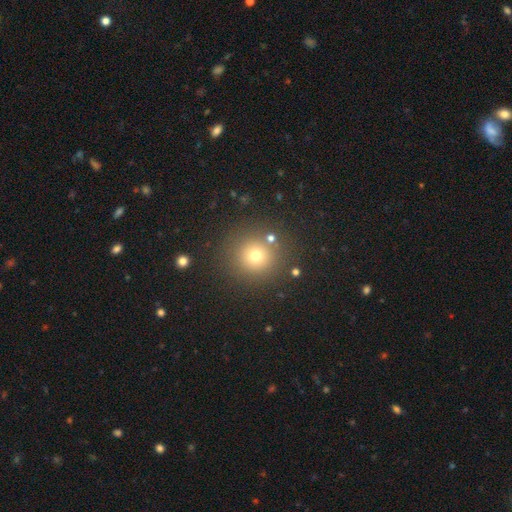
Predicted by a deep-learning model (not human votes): The model was most divided on "smooth or featured": smooth: 71%, star or artifact: 20%, featured or disk: 10%. More confident: how rounded — round (93%); merging — none (85%).